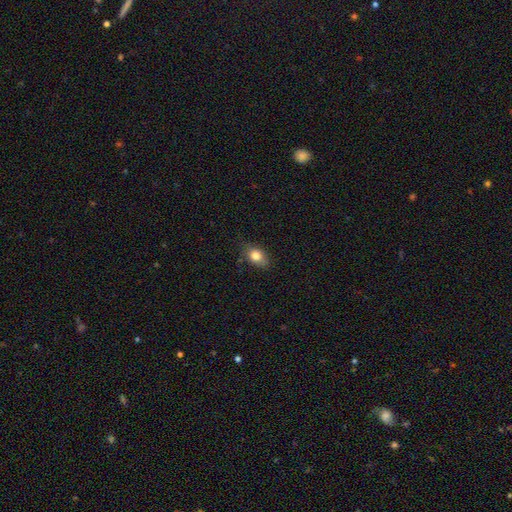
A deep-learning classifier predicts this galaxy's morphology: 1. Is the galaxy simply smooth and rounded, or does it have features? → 79% smooth, 11% featured or disk, 9% star or artifact.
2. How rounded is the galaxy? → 70% in between, 28% round, 3% cigar-shaped.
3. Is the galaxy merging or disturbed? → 72% none, 22% minor disturbance, 4% major disturbance, 1% merger.